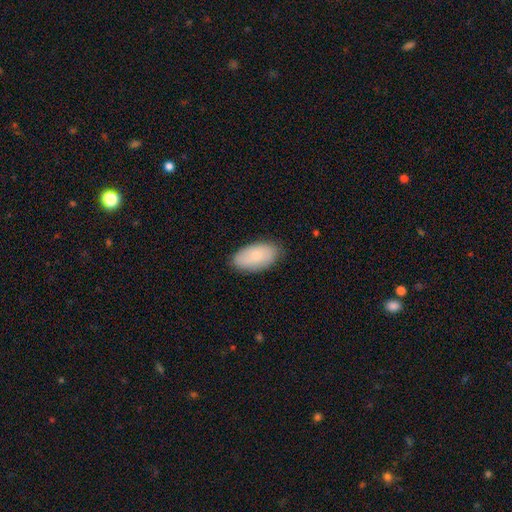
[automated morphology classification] Smooth or featured? smooth (79%)
How rounded? in between (95%)
Merging? none (85%)